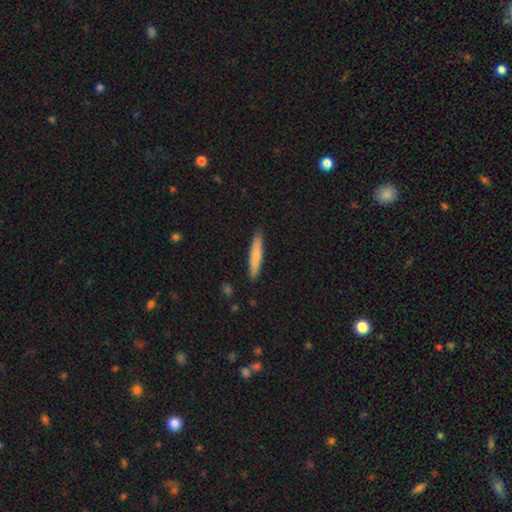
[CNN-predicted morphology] A smooth galaxy with no disk features (77%) that is cigar-shaped (92%).

Vote fractions:
- Smooth or featured? smooth: 77% / featured or disk: 18% / star or artifact: 5%
- How rounded? cigar-shaped: 92% / in between: 7% / round: 1%
- Merging? none: 90% / minor disturbance: 7% / major disturbance: 1% / merger: 1%